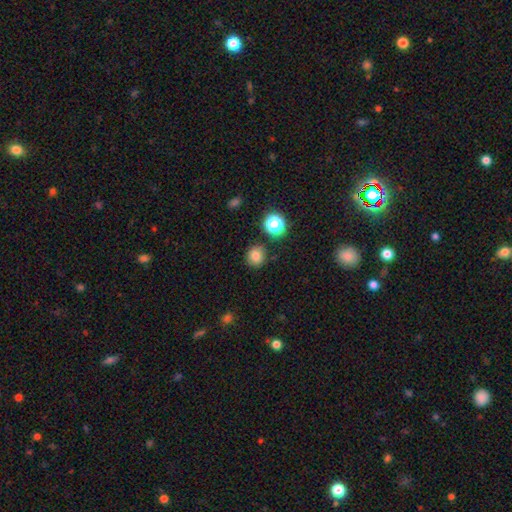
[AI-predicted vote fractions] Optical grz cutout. It shows a smooth galaxy with no disk features (79%) that is round (88%). Merging: none (87%).